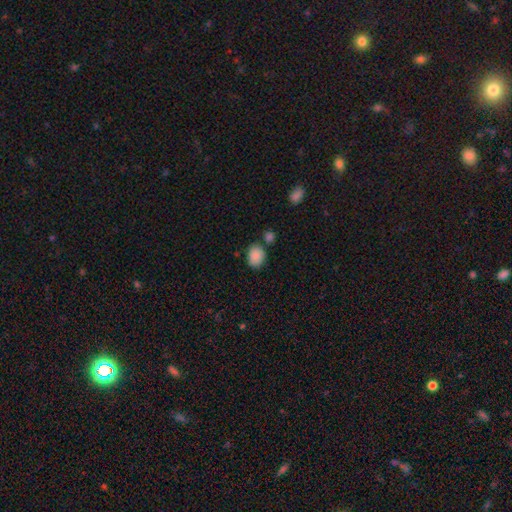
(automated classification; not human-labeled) Smooth or featured?
  - smooth: 88% *
  - star or artifact: 8%
  - featured or disk: 4%
How rounded?
  - in between: 54% *
  - round: 45%
  - cigar-shaped: 1%
Merging?
  - none: 70% *
  - minor disturbance: 15%
  - merger: 11%
  - major disturbance: 4%